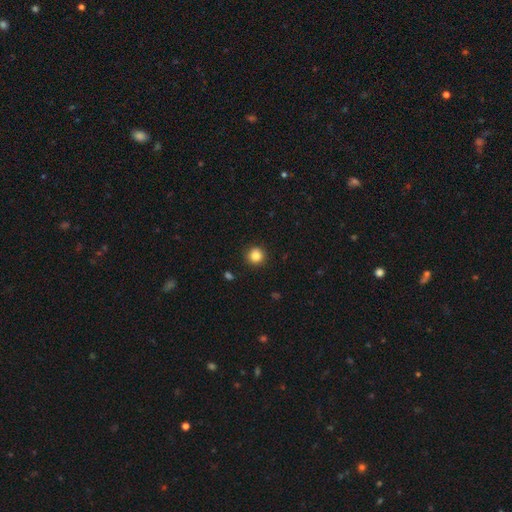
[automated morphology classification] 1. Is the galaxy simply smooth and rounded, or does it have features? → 85% smooth, 10% star or artifact, 4% featured or disk.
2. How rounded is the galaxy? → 94% round, 5% in between, 1% cigar-shaped.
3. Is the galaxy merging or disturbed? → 90% none, 7% minor disturbance, 2% major disturbance, 1% merger.